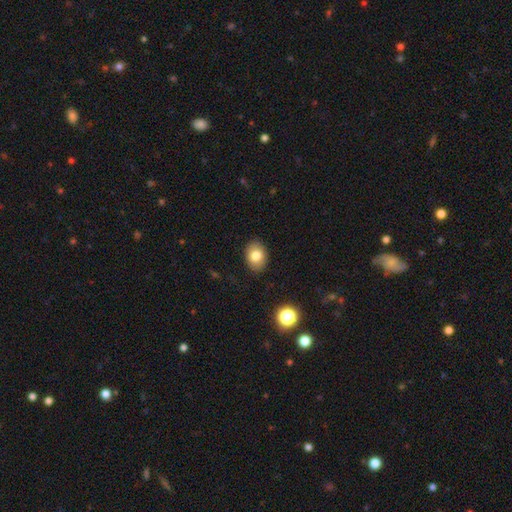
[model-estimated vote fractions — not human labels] Q: Smooth or featured?
A: smooth (81%); runner-up: featured or disk (10%)
Q: How rounded?
A: in between (70%); runner-up: round (29%)
Q: Merging?
A: none (87%); runner-up: minor disturbance (9%)